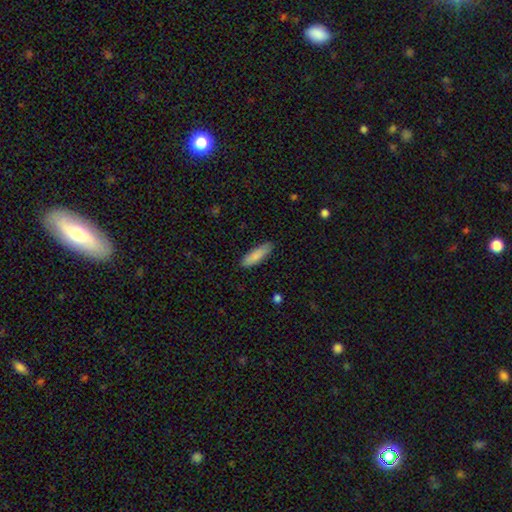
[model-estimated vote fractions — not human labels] smooth_or_featured: smooth (p=0.85) [alt: featured or disk p=0.09]
how_rounded: cigar-shaped (p=0.55) [alt: in between p=0.44]
merging: none (p=0.85) [alt: minor disturbance p=0.12]